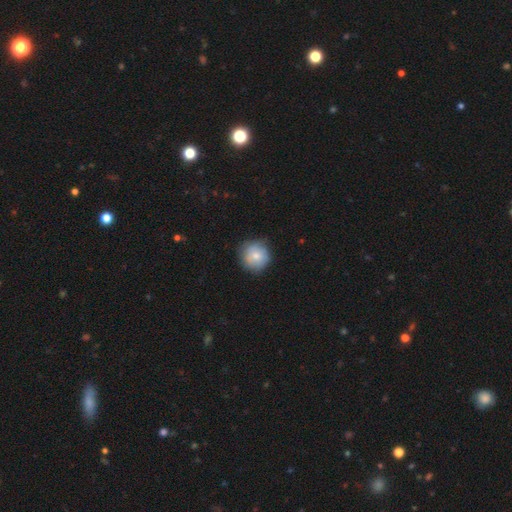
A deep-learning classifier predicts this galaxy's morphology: Overall: smooth (76%). How rounded: round (91%). Merging: none (76%).